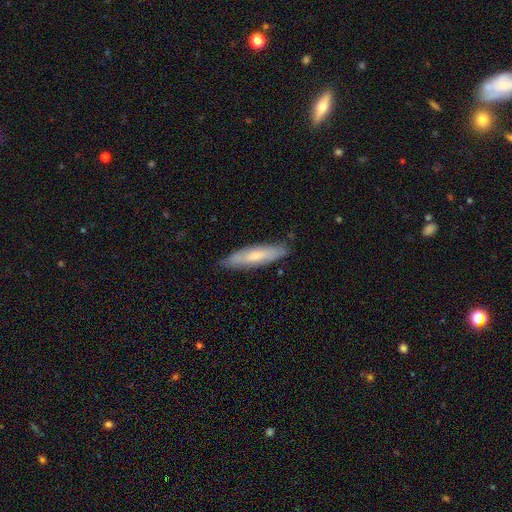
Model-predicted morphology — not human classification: A smooth galaxy with no disk features (60%) that is cigar-shaped (73%).

Vote fractions:
- Smooth or featured? smooth: 60% / featured or disk: 34% / star or artifact: 6%
- How rounded? cigar-shaped: 73% / in between: 26% / round: 1%
- Merging? none: 81% / minor disturbance: 15% / major disturbance: 2% / merger: 1%